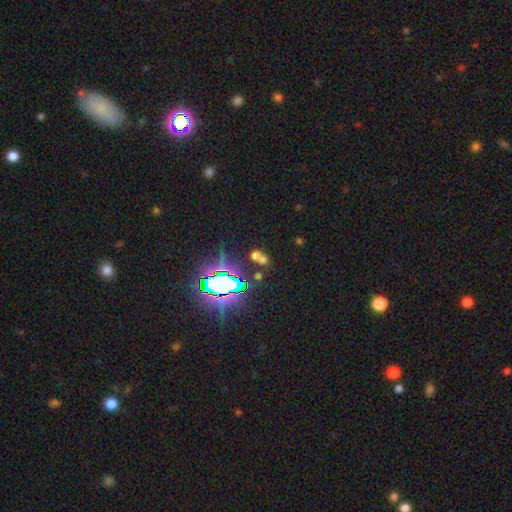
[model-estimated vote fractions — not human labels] This appears to be a star or artifact, not a galaxy (45%).